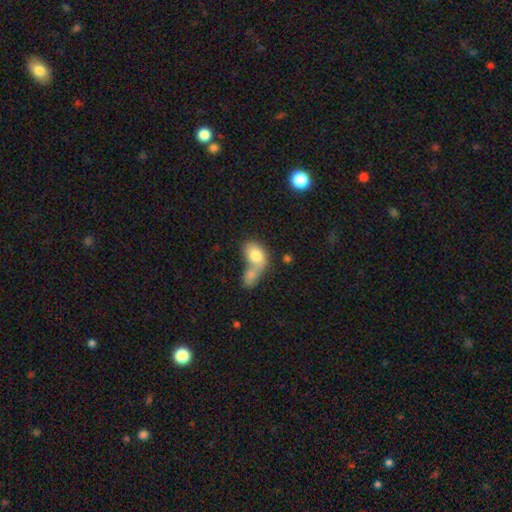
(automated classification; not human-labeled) smooth-or-featured: smooth: 77% | featured or disk: 15% | star or artifact: 7%
  how-rounded: in between: 78% | round: 20% | cigar-shaped: 2%
  merging: merger: 69% | none: 16% | minor disturbance: 8% | major disturbance: 7%